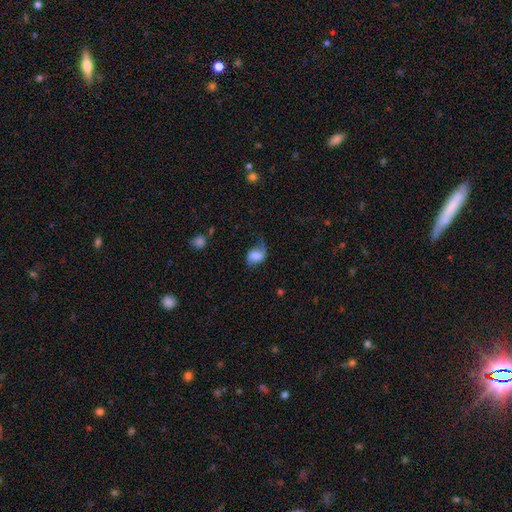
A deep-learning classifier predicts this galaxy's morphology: Smooth or featured?
  - smooth: 66% *
  - featured or disk: 24%
  - star or artifact: 9%
How rounded?
  - in between: 72% *
  - round: 26%
  - cigar-shaped: 1%
Merging?
  - none: 34% *
  - minor disturbance: 32%
  - major disturbance: 31%
  - merger: 3%